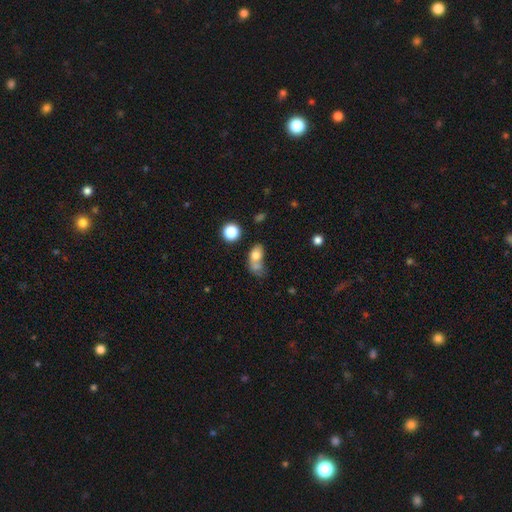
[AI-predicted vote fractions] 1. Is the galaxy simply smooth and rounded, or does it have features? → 72% smooth, 16% featured or disk, 12% star or artifact.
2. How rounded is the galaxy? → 67% in between, 29% round, 4% cigar-shaped.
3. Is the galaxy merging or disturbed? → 47% merger, 24% none, 15% major disturbance, 14% minor disturbance.